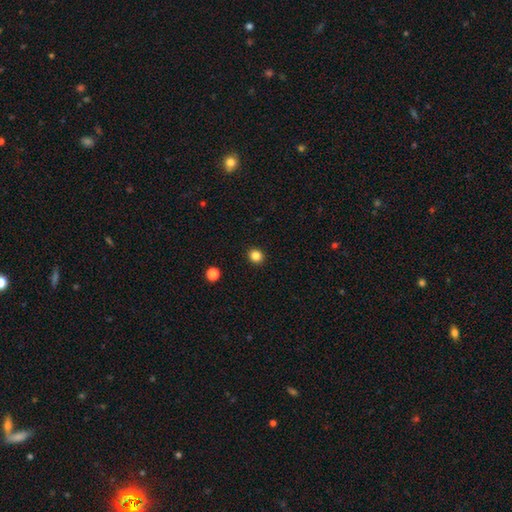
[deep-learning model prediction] Morphology: type=smooth (84%); roundness=round (85%); merging=none (92%).